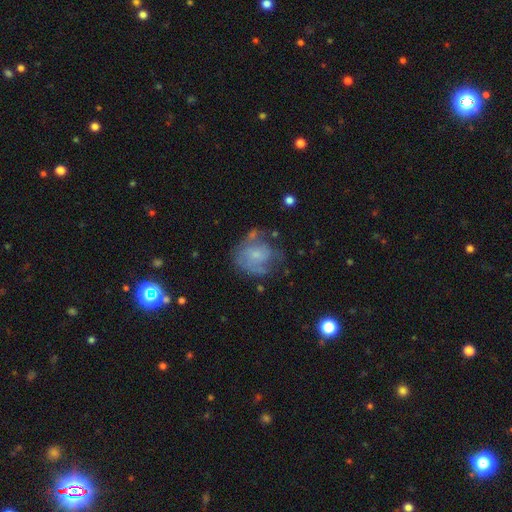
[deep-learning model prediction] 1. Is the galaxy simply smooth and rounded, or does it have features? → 59% featured or disk, 33% smooth, 8% star or artifact.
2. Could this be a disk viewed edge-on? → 98% no, 2% yes.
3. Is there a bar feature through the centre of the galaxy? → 72% no, 25% weak, 4% strong.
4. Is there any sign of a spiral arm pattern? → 68% yes, 32% no.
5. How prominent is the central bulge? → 64% small, 20% moderate, 12% none, 2% large, 1% dominant.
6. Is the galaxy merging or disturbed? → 46% none, 26% minor disturbance, 23% major disturbance, 5% merger.